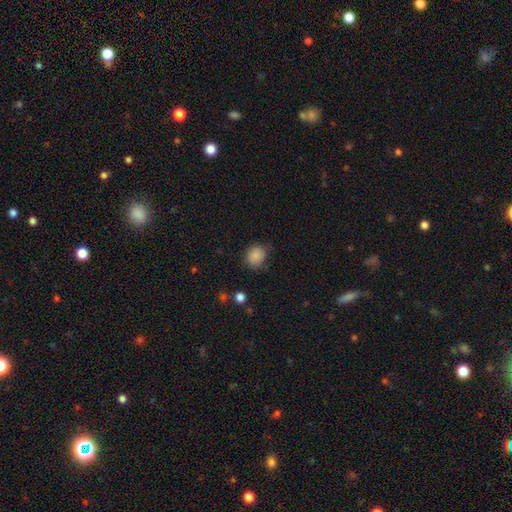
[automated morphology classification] smooth 86%, star or artifact 9%, featured or disk 5%. Down the decision tree: how rounded — round (65%); merging — none (72%).